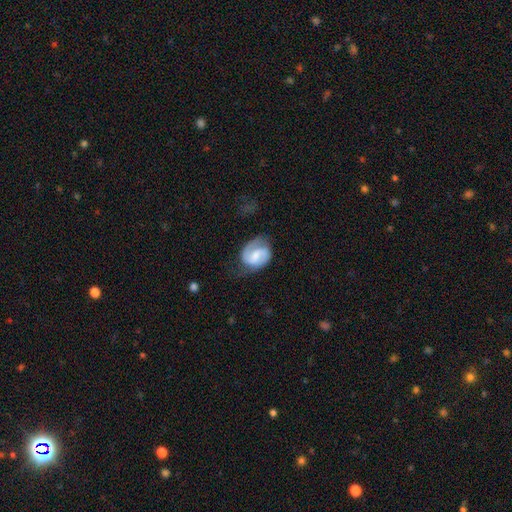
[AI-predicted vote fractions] Smooth or featured? Predicted: featured or disk (p=0.76). Edge-on disk? Predicted: no (p=0.98). Bar? Predicted: weak (p=0.53). Spiral arms? Predicted: yes (p=0.94). Spiral winding? Predicted: medium (p=0.48). Spiral arm count? Predicted: 2 (p=0.80). Bulge size? Predicted: small (p=0.37, tied with moderate). Merging? Predicted: none (p=0.56).